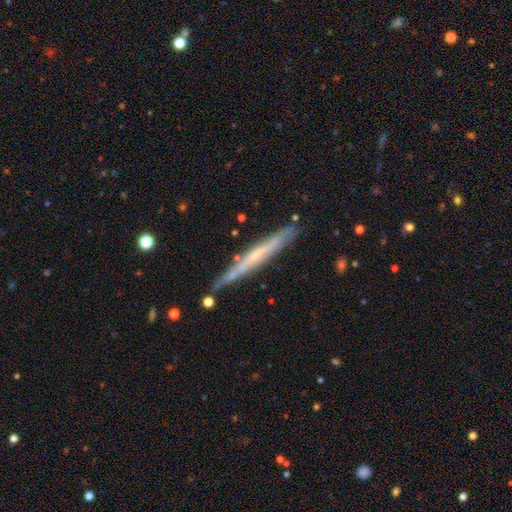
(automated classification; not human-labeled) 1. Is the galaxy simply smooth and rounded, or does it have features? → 58% featured or disk, 36% smooth, 6% star or artifact.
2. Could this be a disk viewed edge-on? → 94% yes, 6% no.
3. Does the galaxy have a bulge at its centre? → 69% none, 23% rounded, 7% boxy.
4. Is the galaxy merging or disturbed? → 79% none, 15% minor disturbance, 4% merger, 3% major disturbance.